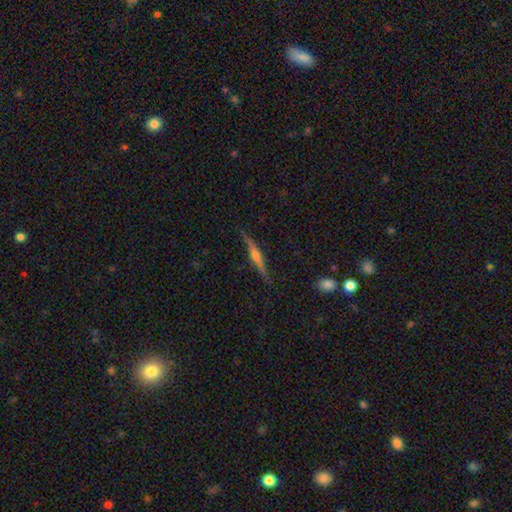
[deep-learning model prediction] smooth-or-featured: featured or disk: 81% | smooth: 12% | star or artifact: 6%
  disk-edge-on: yes: 98% | no: 2%
    edge-on-bulge: rounded: 88% | boxy: 7% | none: 5%
  merging: none: 86% | minor disturbance: 10% | major disturbance: 2% | merger: 1%